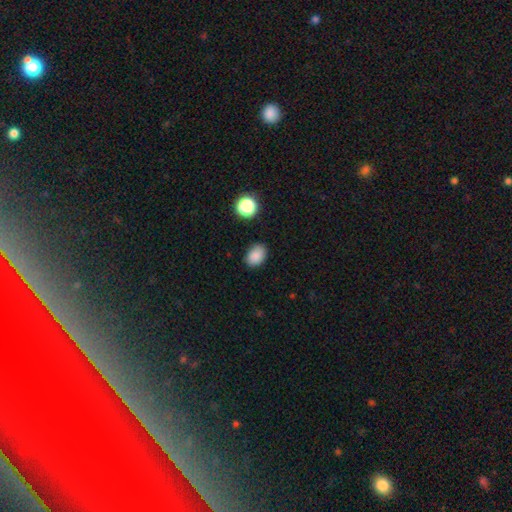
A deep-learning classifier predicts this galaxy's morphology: The model was most divided on "how rounded": in between: 70%, round: 29%, cigar-shaped: 1%. More confident: smooth or featured — smooth (86%); merging — none (83%).